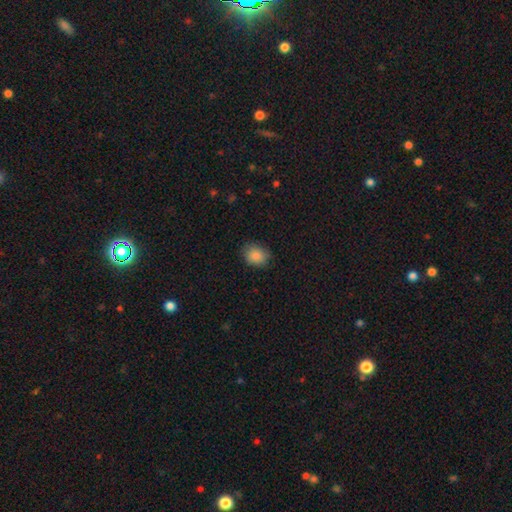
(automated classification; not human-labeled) A smooth galaxy with no disk features (87%) that is round (51%).

Vote fractions:
- Smooth or featured? smooth: 87% / star or artifact: 9% / featured or disk: 5%
- How rounded? round: 51% / in between: 48% / cigar-shaped: 1%
- Merging? none: 81% / minor disturbance: 15% / major disturbance: 3% / merger: 1%